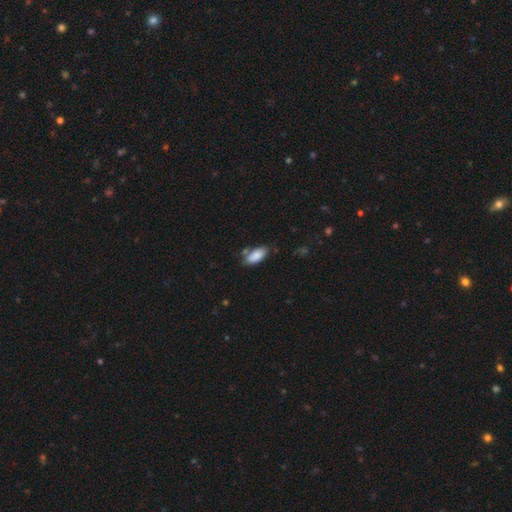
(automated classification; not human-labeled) The model was most divided on "merging": none: 65%, minor disturbance: 19%, merger: 11%, major disturbance: 5%. More confident: how rounded — in between (88%); smooth or featured — smooth (87%).